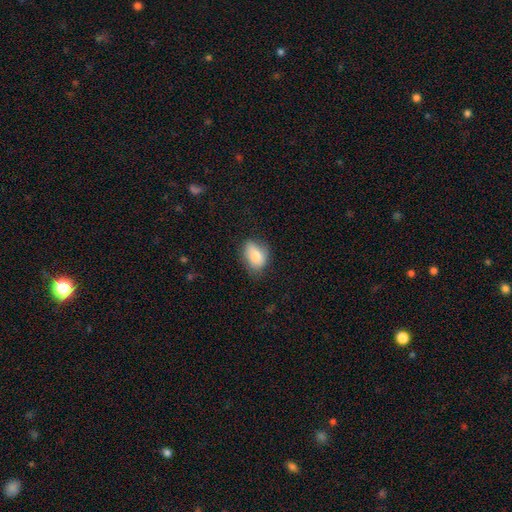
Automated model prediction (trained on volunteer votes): This is likely a smooth galaxy (78%). How rounded: likely in between (78%). Merging: likely none (69%).